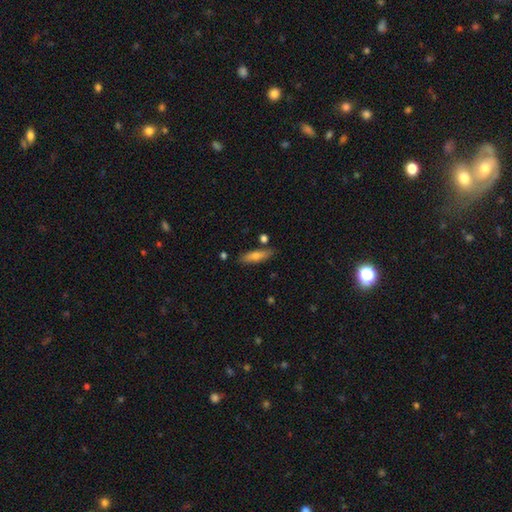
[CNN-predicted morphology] Smooth or featured? smooth (60%)
How rounded? cigar-shaped (69%)
Merging? none (83%)